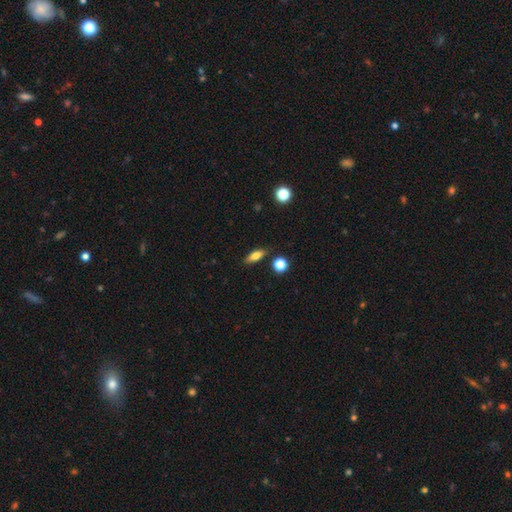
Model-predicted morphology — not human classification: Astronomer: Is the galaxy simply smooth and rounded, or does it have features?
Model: smooth — 75%.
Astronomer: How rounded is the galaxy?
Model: in between — 66%.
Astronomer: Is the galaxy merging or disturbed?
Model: none — 84%.